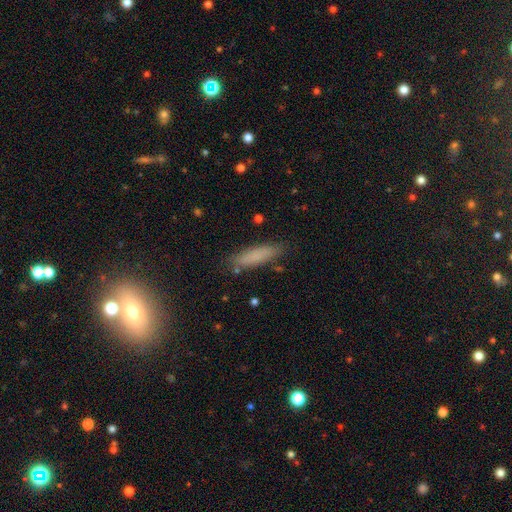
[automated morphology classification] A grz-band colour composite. It shows a smooth galaxy with no disk features (80%) that is cigar-shaped (74%). Merging: none (83%).